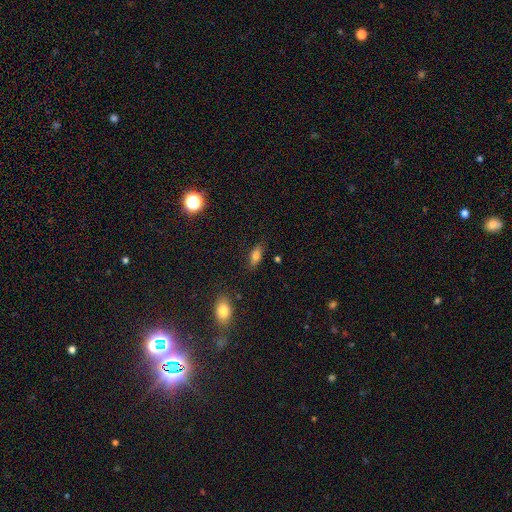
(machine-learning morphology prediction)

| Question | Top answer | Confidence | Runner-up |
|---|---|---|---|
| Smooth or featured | smooth | 76% | featured or disk (13%) |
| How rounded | in between | 77% | cigar-shaped (19%) |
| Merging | none | 83% | minor disturbance (12%) |